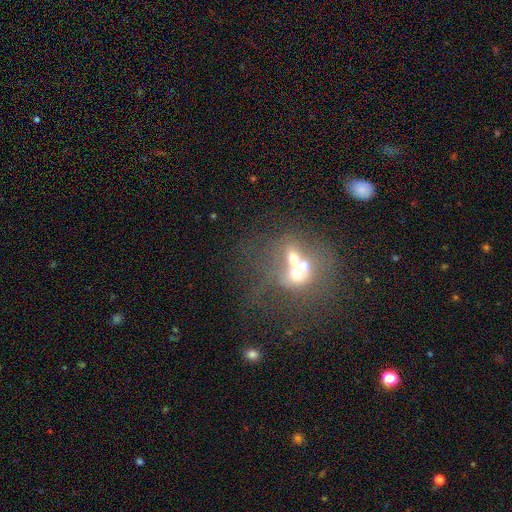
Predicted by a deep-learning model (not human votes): Smooth or featured? smooth (38%)
Merging? merger (54%)